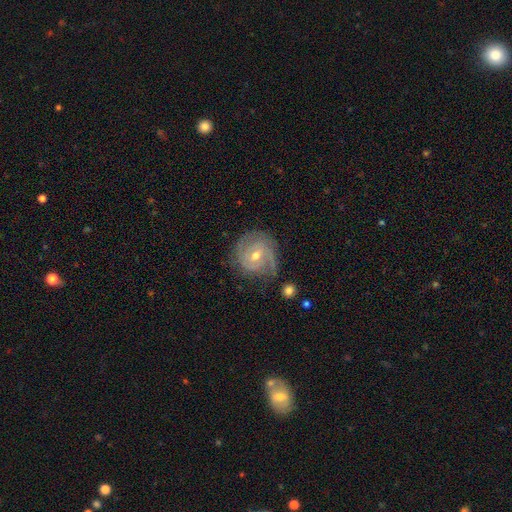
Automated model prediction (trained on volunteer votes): Smooth or featured? featured or disk (82%)
Edge-on disk? no (97%)
Bar? no (51%)
Spiral arms? yes (94%)
Spiral winding? tight (63%)
Spiral arm count? 2 (43%)
Bulge size? moderate (60%)
Merging? none (71%)